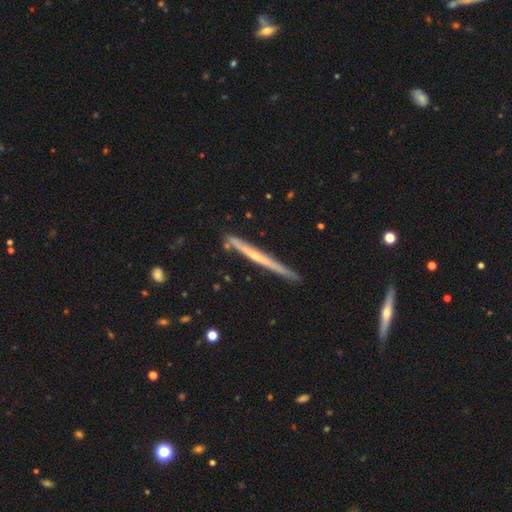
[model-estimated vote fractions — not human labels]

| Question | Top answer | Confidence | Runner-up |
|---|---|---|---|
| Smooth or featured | featured or disk | 67% | smooth (27%) |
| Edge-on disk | yes | 97% | no (3%) |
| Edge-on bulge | none | 60% | rounded (35%) |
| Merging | none | 80% | minor disturbance (15%) |